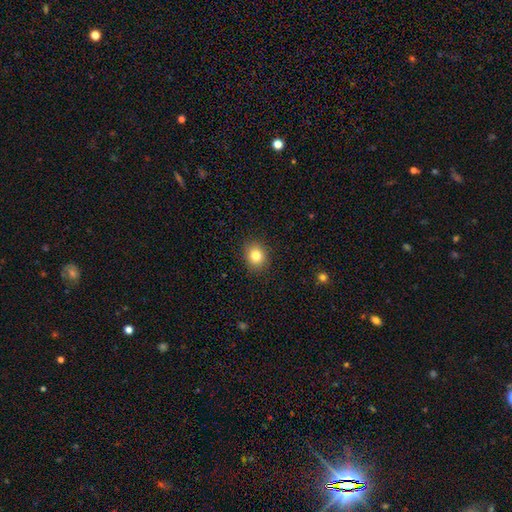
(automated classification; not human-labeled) smooth_or_featured: smooth (p=0.82) [alt: star or artifact p=0.11]
how_rounded: round (p=0.69) [alt: in between p=0.30]
merging: none (p=0.90) [alt: minor disturbance p=0.07]